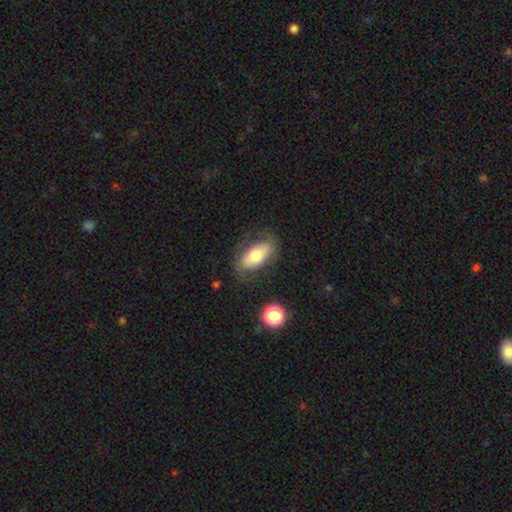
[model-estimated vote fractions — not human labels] Smooth or featured? smooth (65%)
How rounded? in between (89%)
Merging? none (76%)